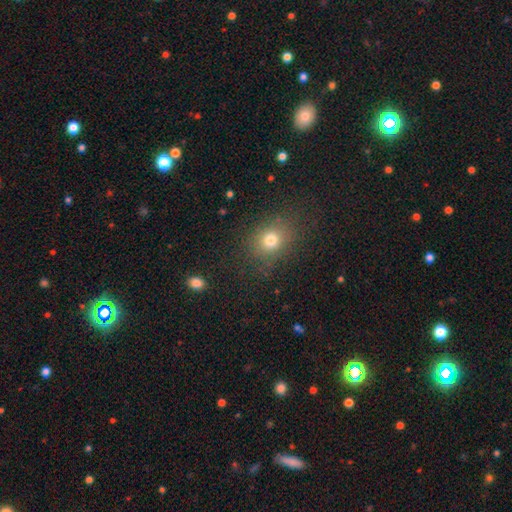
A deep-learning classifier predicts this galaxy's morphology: Overall: smooth (64%; star or artifact 28%). How rounded: round (59%; in between 40%). Merging: none (87%).